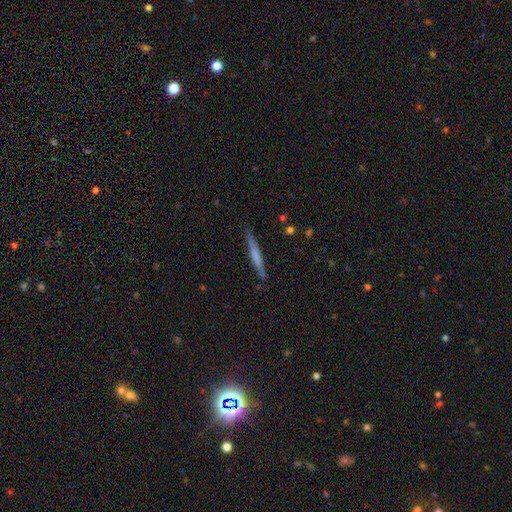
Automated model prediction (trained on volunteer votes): Smooth or featured? Predicted: smooth (p=0.49). Merging? Predicted: none (p=0.87).